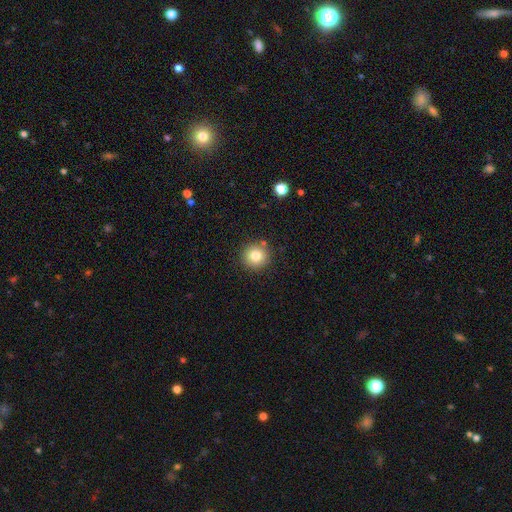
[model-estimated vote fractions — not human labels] A smooth galaxy with no disk features (80%) that is round (93%). Merging: none (86%).